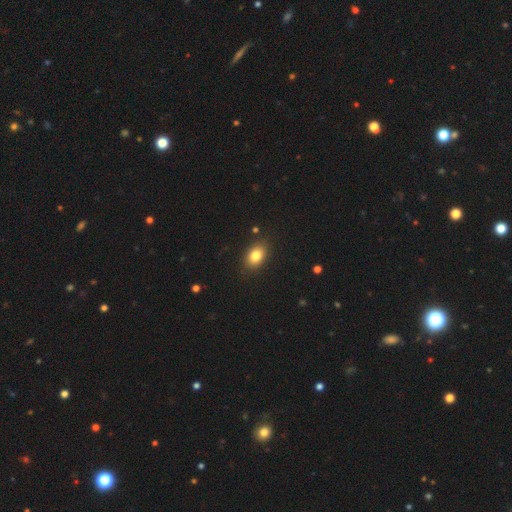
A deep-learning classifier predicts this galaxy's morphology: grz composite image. It shows a smooth galaxy with no disk features (82%) that is in between round and cigar-shaped (81%). Merging: none (86%).